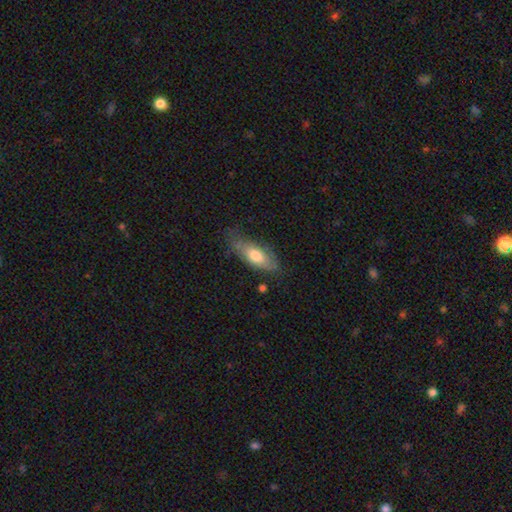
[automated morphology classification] A smooth galaxy with no disk features (66%) that is in between round and cigar-shaped (79%). Merging: none (61%).